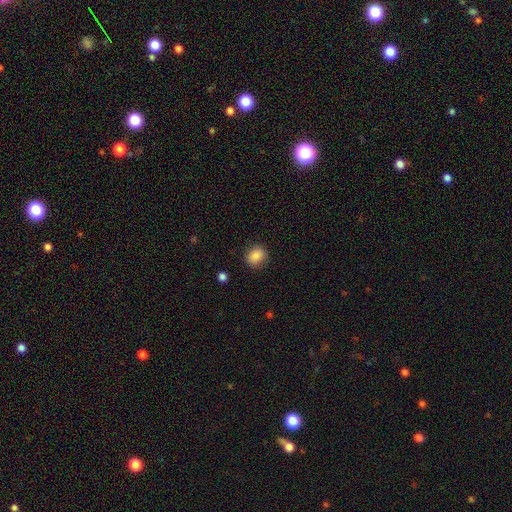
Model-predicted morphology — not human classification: The model was most divided on "how rounded": round: 68%, in between: 31%, cigar-shaped: 1%. More confident: smooth or featured — smooth (86%); merging — none (85%).